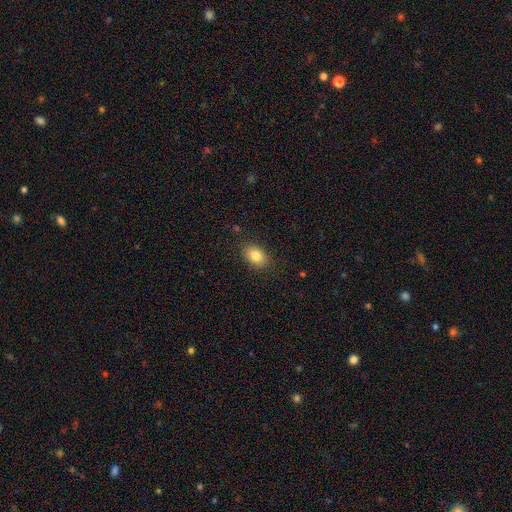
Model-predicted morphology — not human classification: smooth 83%, star or artifact 9%, featured or disk 8%. Down the decision tree: how rounded — in between (79%); merging — none (86%).